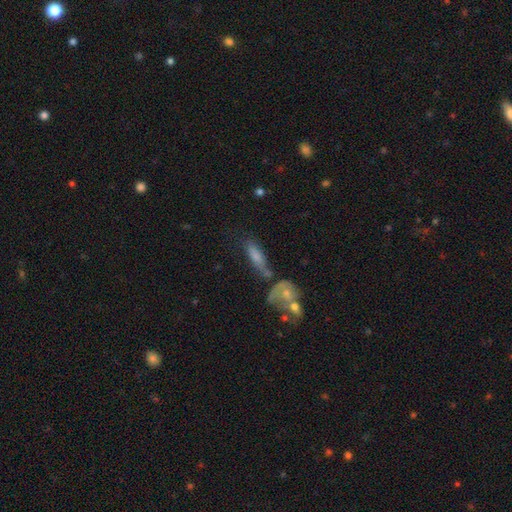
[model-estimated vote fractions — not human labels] The model was most divided on "how rounded": cigar-shaped: 49%, in between: 47%, round: 4%. Remaining: smooth or featured — smooth (69%); merging — none (39%).